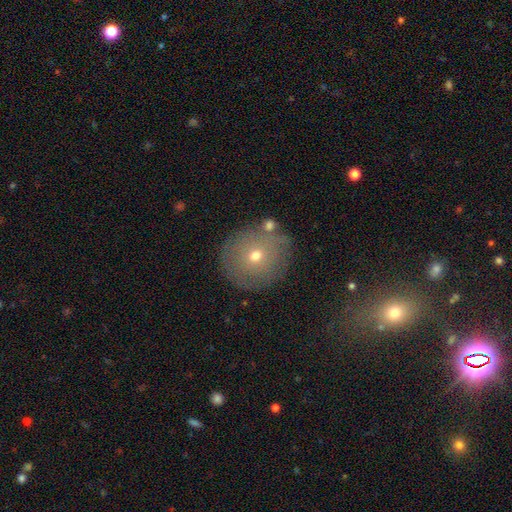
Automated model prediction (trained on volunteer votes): This is likely a smooth galaxy (62%). How rounded: clearly round (92%). Merging: likely none (79%).